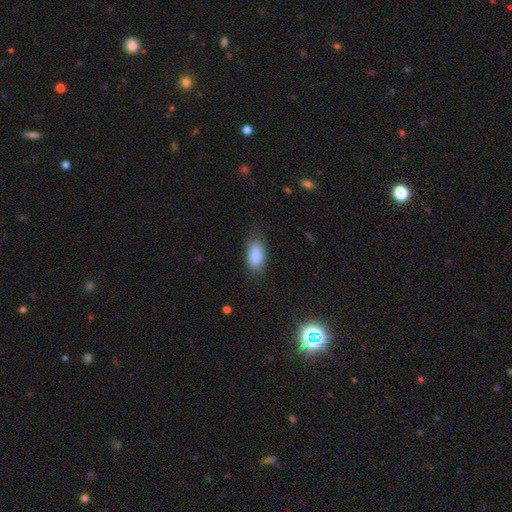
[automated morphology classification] Smooth or featured?
  - smooth: 87% *
  - star or artifact: 7%
  - featured or disk: 6%
How rounded?
  - in between: 89% *
  - cigar-shaped: 7%
  - round: 3%
Merging?
  - none: 74% *
  - minor disturbance: 19%
  - major disturbance: 5%
  - merger: 1%